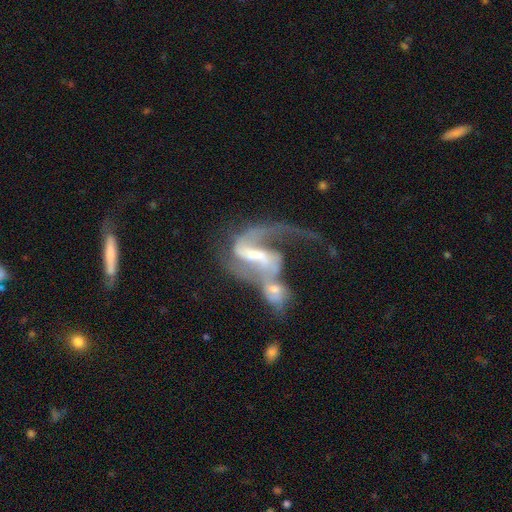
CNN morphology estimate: Smooth or featured? Predicted: featured or disk (p=0.83). Edge-on disk? Predicted: no (p=0.96). Bar? Predicted: weak (p=0.40, tied with strong). Spiral arms? Predicted: yes (p=0.91). Spiral winding? Predicted: loose (p=0.56). Spiral arm count? Predicted: 2 (p=0.58). Bulge size? Predicted: moderate (p=0.40). Merging? Predicted: merger (p=0.63).